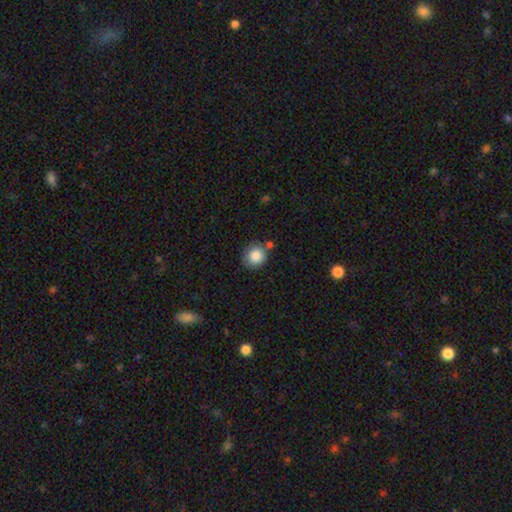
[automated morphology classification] Smooth or featured: smooth — 85% (star or artifact — 9%)
How rounded: round — 86% (in between — 13%)
Merging: none — 74% (minor disturbance — 14%)